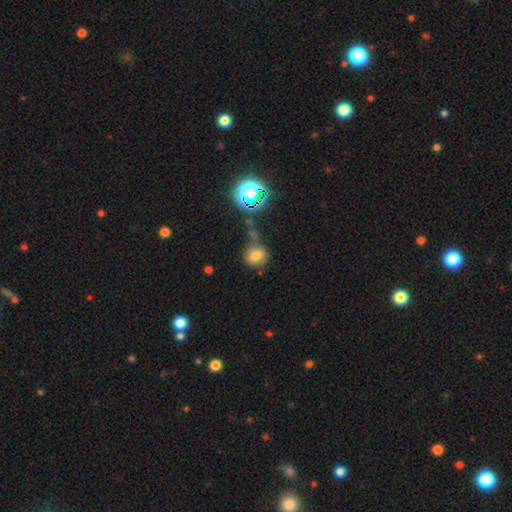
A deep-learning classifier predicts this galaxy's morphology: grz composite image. It shows a smooth galaxy with no disk features (68%) that is round (70%). Merging: none (56%).